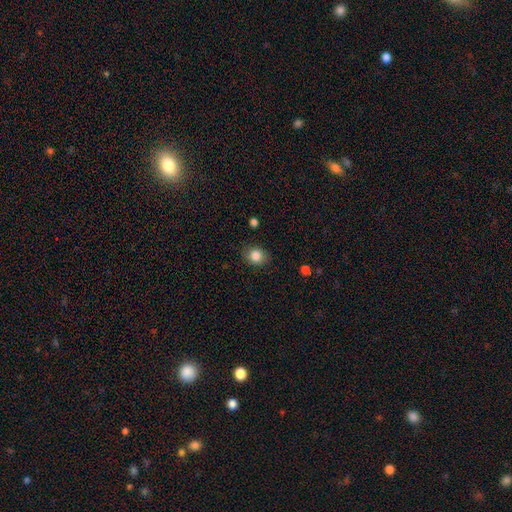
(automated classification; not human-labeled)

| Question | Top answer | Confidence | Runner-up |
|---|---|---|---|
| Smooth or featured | smooth | 84% | star or artifact (9%) |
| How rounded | round | 58% | in between (41%) |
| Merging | none | 81% | minor disturbance (14%) |